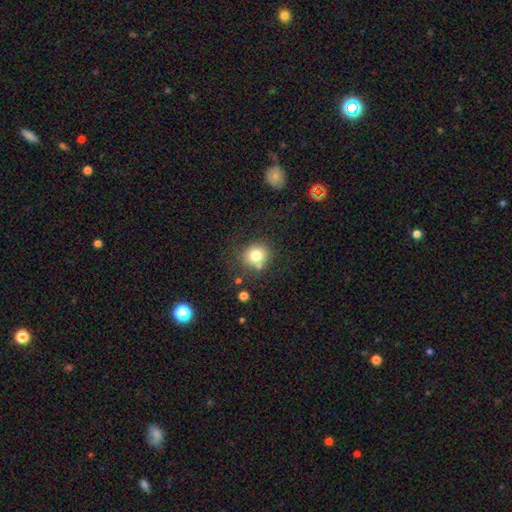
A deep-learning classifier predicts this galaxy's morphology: A smooth galaxy with no disk features (78%) that is round (84%). Merging: none (70%).